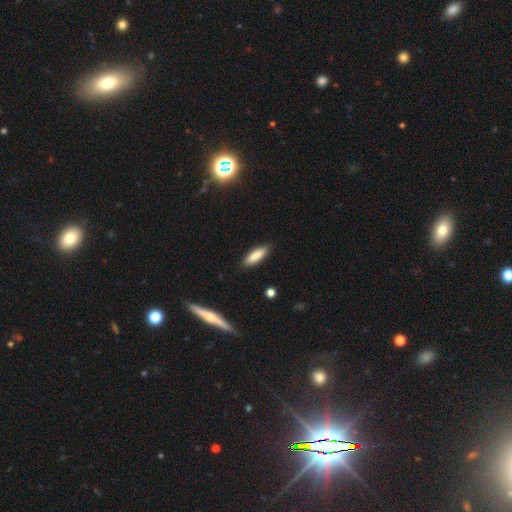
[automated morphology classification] Q: Smooth or featured?
A: smooth (83%); runner-up: featured or disk (11%)
Q: How rounded?
A: cigar-shaped (51%); runner-up: in between (47%)
Q: Merging?
A: none (87%); runner-up: minor disturbance (9%)